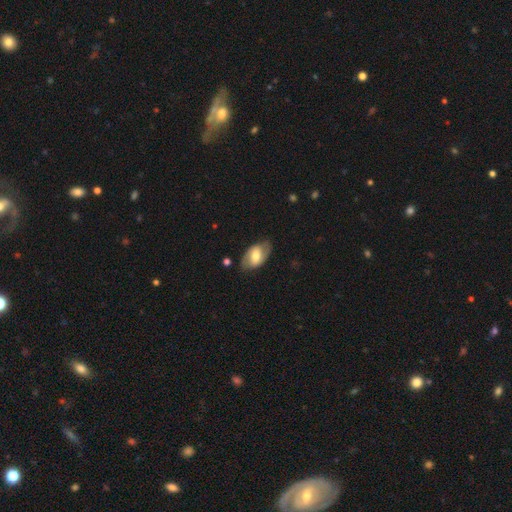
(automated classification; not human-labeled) Smooth or featured: featured or disk — 50% (smooth — 43%)
Edge-on disk: no — 92% (yes — 8%)
Merging: none — 77% (minor disturbance — 16%)